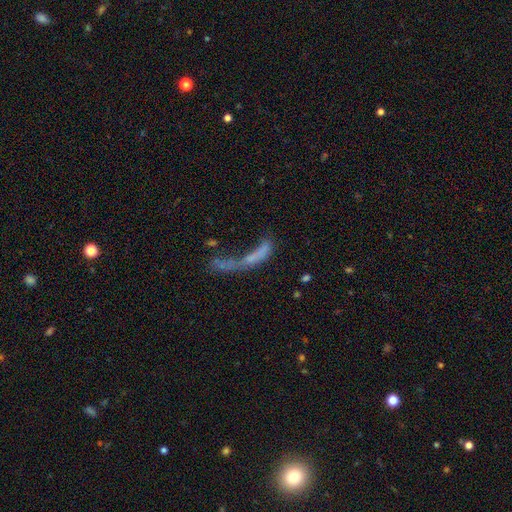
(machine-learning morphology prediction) Overall: smooth (46%; featured or disk 38%). Merging: major disturbance (37%; merger 31%).